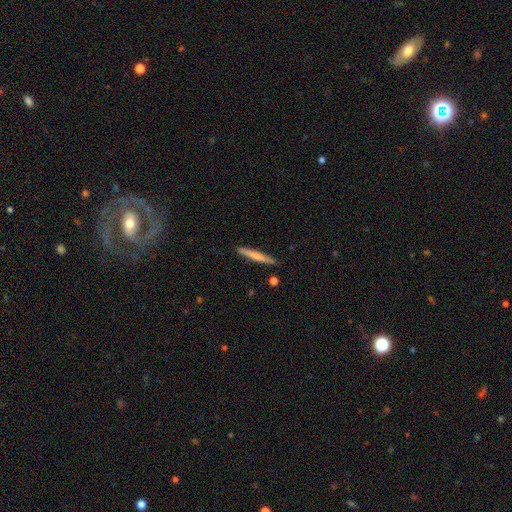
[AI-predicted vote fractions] smooth-or-featured: smooth: 61% | featured or disk: 33% | star or artifact: 5%
  how-rounded: cigar-shaped: 96% | in between: 3% | round: 1%
  merging: none: 88% | minor disturbance: 9% | merger: 2% | major disturbance: 2%